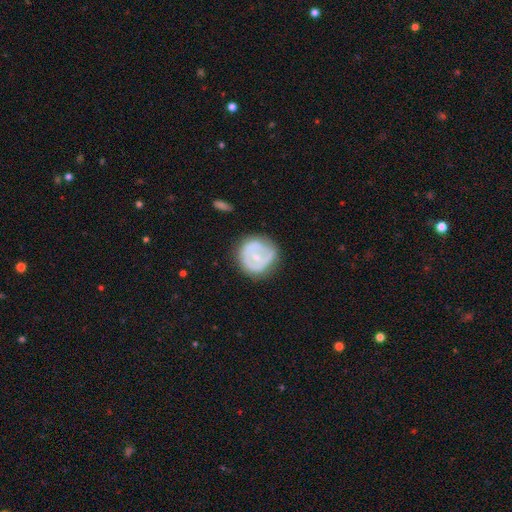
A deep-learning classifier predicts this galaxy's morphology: Overall: featured or disk (57%; smooth 37%). Edge-on disk: no (97%). Bar: no (49%; weak 37%). Spiral arms: no (54%; yes 46%). Bulge size: small (54%; moderate 38%). Merging: none (66%).